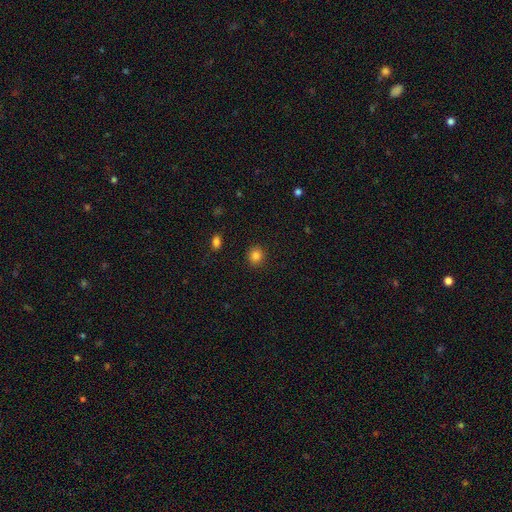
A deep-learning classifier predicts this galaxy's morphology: Smooth or featured?
  - smooth: 85% *
  - star or artifact: 11%
  - featured or disk: 4%
How rounded?
  - round: 85% *
  - in between: 14%
  - cigar-shaped: 1%
Merging?
  - none: 90% *
  - minor disturbance: 6%
  - major disturbance: 2%
  - merger: 1%